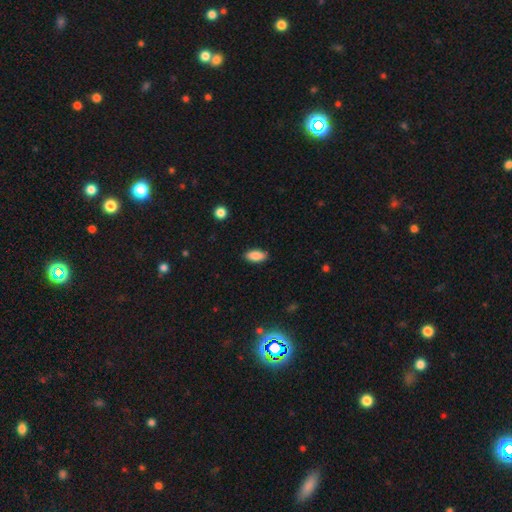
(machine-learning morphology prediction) smooth 88%, star or artifact 7%, featured or disk 5%. Down the decision tree: how rounded — in between (90%); merging — none (88%).